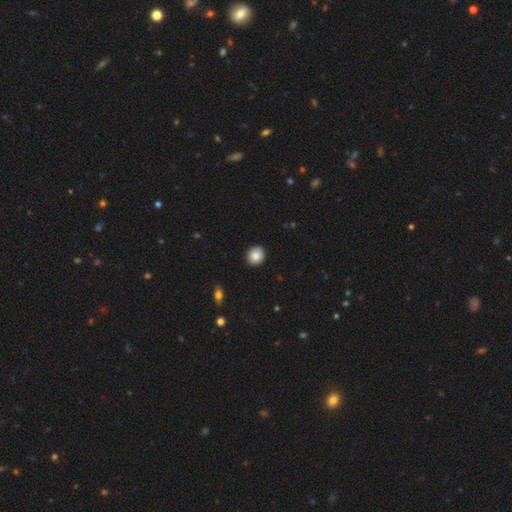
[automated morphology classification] smooth_or_featured: smooth (p=0.86) [alt: star or artifact p=0.08]
how_rounded: round (p=0.81) [alt: in between p=0.18]
merging: none (p=0.91) [alt: minor disturbance p=0.06]